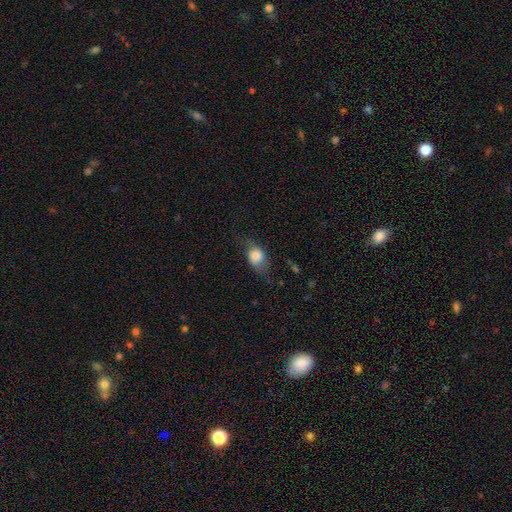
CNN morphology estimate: Q: Smooth or featured?
A: smooth (69%); runner-up: featured or disk (22%)
Q: How rounded?
A: in between (62%); runner-up: round (35%)
Q: Merging?
A: none (53%); runner-up: minor disturbance (28%)